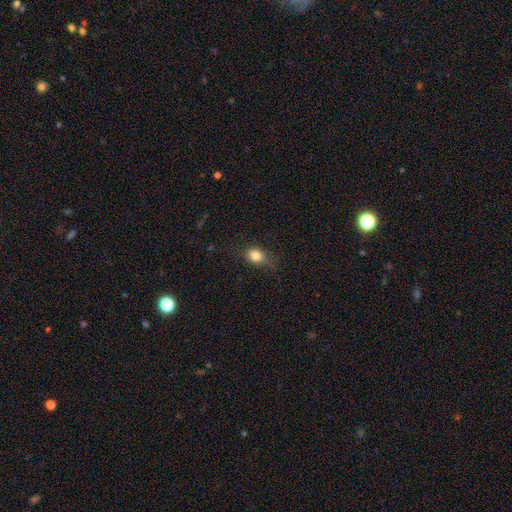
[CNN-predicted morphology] A smooth galaxy with no disk features (82%) that is in between round and cigar-shaped (60%).

Vote fractions:
- Smooth or featured? smooth: 82% / star or artifact: 10% / featured or disk: 7%
- How rounded? in between: 60% / round: 38% / cigar-shaped: 2%
- Merging? none: 67% / minor disturbance: 24% / major disturbance: 8% / merger: 1%